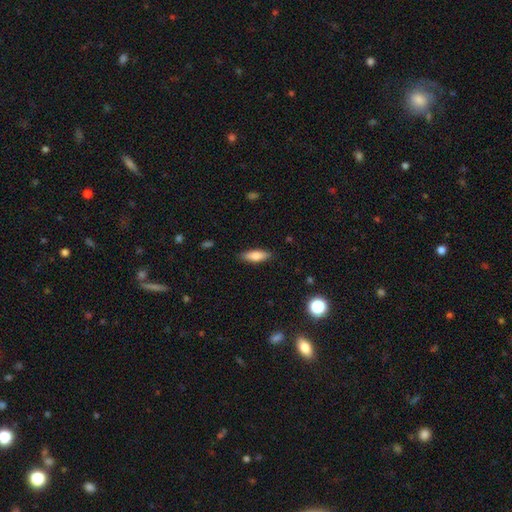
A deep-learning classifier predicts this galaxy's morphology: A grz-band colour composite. It shows a smooth galaxy with no disk features (77%) that is in between round and cigar-shaped (59%). Merging: none (87%).